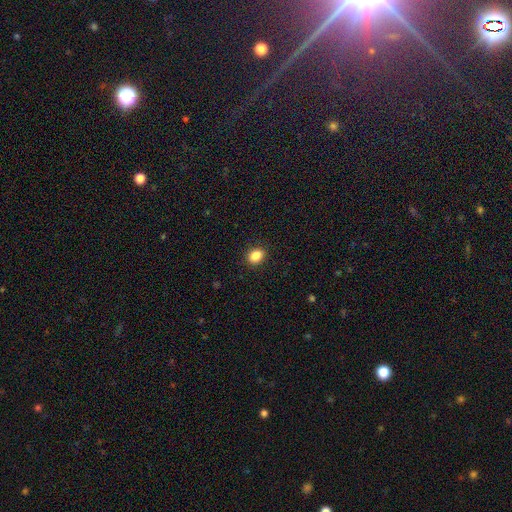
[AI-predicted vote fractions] The model was most divided on "how rounded": in between: 61%, round: 38%, cigar-shaped: 1%. More confident: merging — none (90%); smooth or featured — smooth (87%).